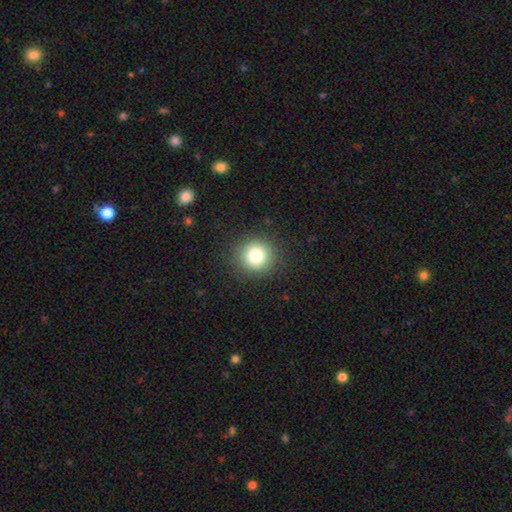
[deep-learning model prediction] Morphology: type=smooth (81%); roundness=round (92%); merging=none (89%).